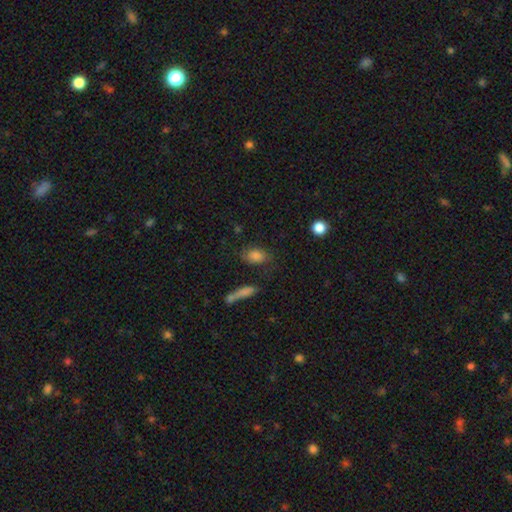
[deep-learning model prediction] This is clearly a smooth galaxy (81%). How rounded: likely in between (79%). Merging: likely none (71%).